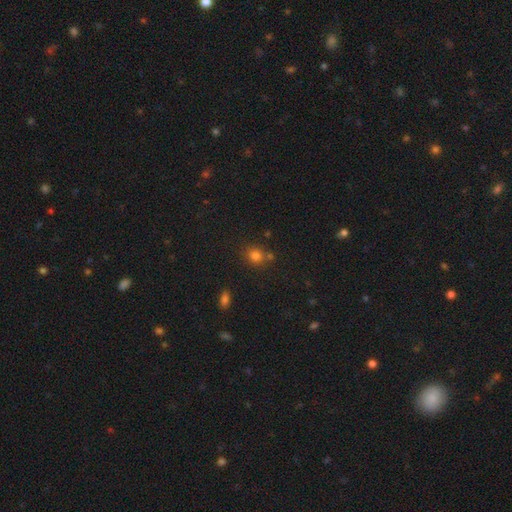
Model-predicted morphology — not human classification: A smooth galaxy with no disk features (78%) that is round (74%). Merging: none (68%).